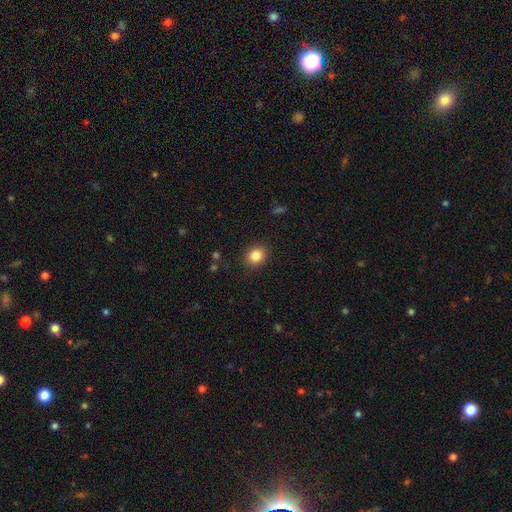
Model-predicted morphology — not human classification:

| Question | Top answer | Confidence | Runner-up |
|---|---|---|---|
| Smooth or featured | smooth | 84% | star or artifact (10%) |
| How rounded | round | 67% | in between (33%) |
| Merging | none | 89% | minor disturbance (8%) |